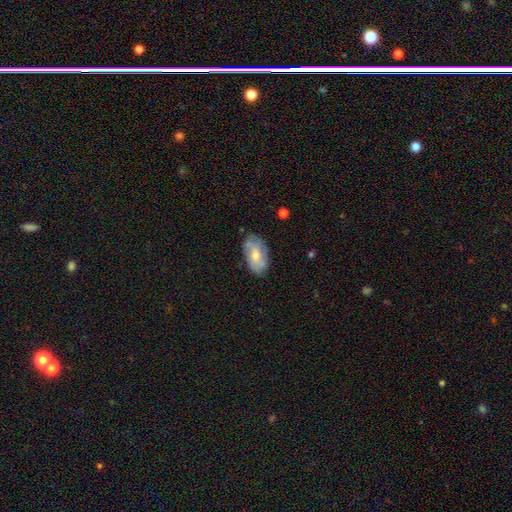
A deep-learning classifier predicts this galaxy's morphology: The model was most divided on "smooth or featured": smooth: 53%, featured or disk: 40%, star or artifact: 7%. More confident: how rounded — in between (93%); merging — none (73%).